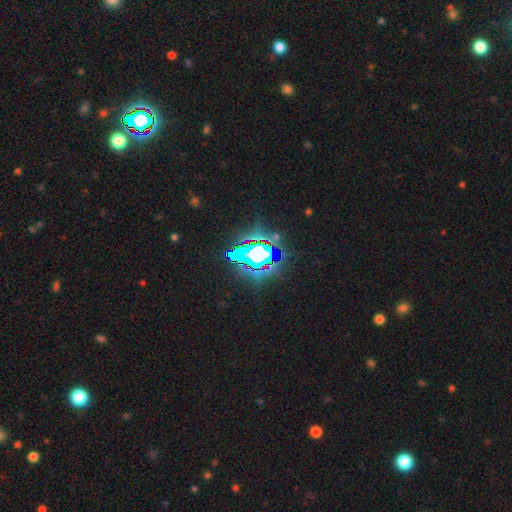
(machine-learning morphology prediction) This is likely a star or artifact rather than a galaxy (68%).